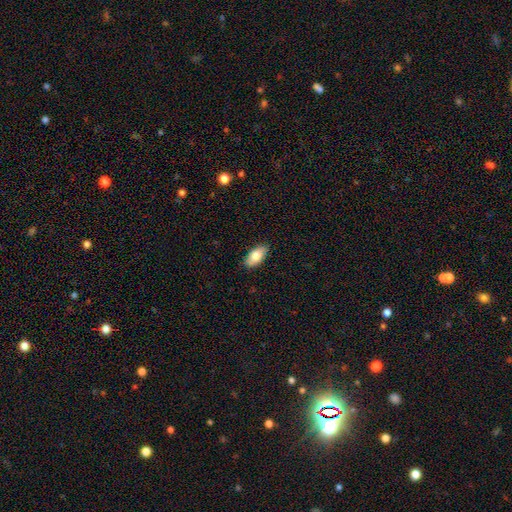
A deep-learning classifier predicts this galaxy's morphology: smooth_or_featured: smooth (p=0.77) [alt: featured or disk p=0.17]
how_rounded: in between (p=0.92) [alt: cigar-shaped p=0.05]
merging: none (p=0.86) [alt: minor disturbance p=0.11]